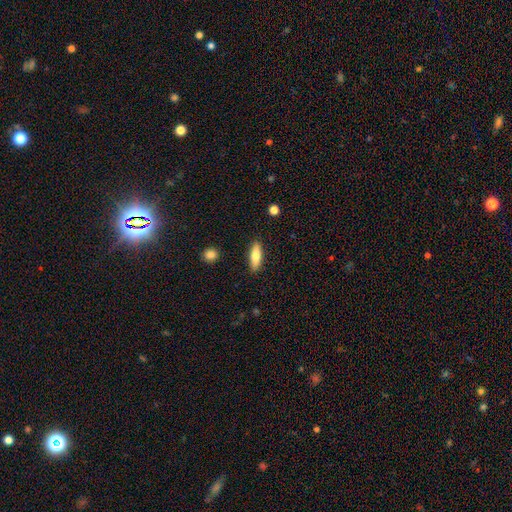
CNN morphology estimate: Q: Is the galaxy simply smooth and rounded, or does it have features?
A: smooth — 73%.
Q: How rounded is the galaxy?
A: in between — 54%.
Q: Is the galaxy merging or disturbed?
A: none — 89%.